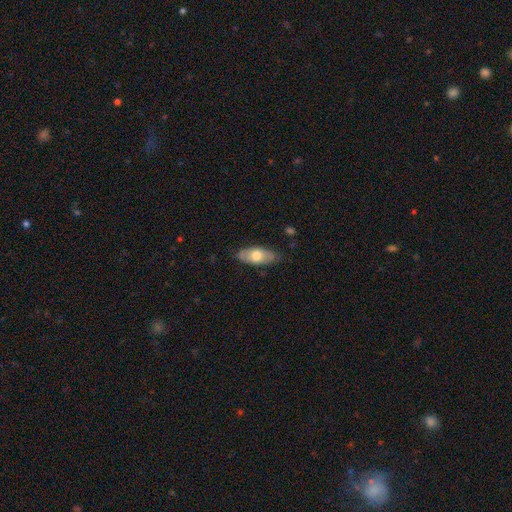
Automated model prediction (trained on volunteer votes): Smooth or featured? smooth (64%)
How rounded? in between (86%)
Merging? none (77%)